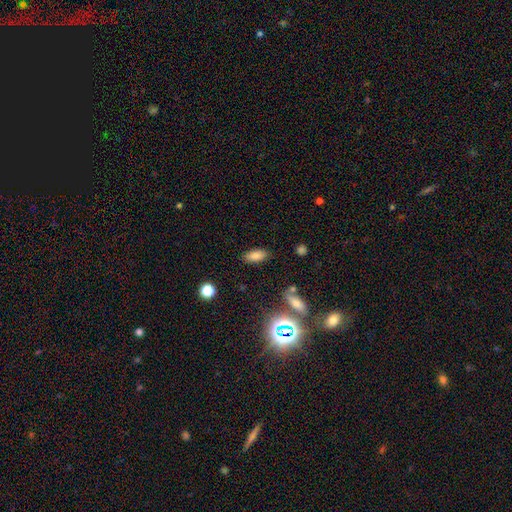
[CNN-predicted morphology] Overall: smooth (82%). How rounded: in between (86%). Merging: none (85%).